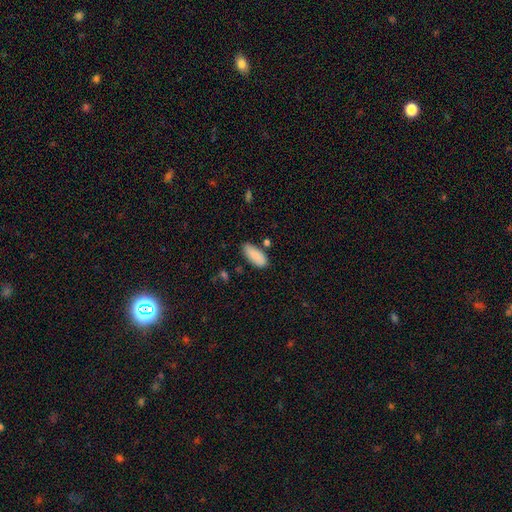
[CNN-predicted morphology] The model was most divided on "merging": none: 72%, minor disturbance: 19%, merger: 5%, major disturbance: 4%. More confident: smooth or featured — smooth (88%); how rounded — in between (82%).